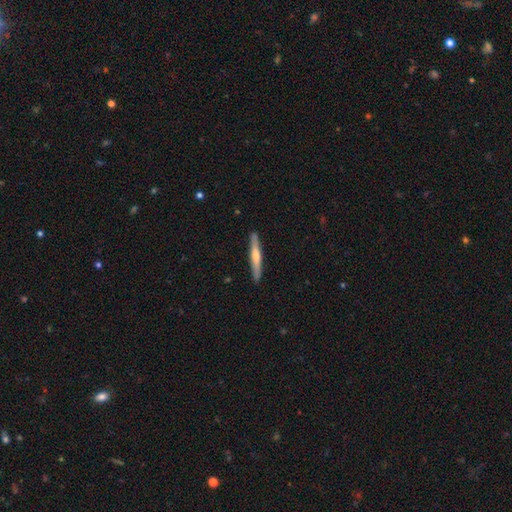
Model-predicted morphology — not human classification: This appears to be a featured or disk galaxy (55%) viewed edge-on (96%) with a rounded central bulge (77%). Merging: none (91%).